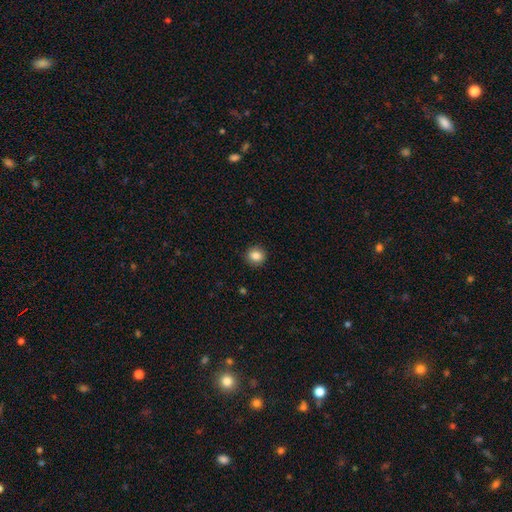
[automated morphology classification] Smooth or featured: smooth — 86% (star or artifact — 10%)
How rounded: round — 88% (in between — 11%)
Merging: none — 91% (minor disturbance — 6%)